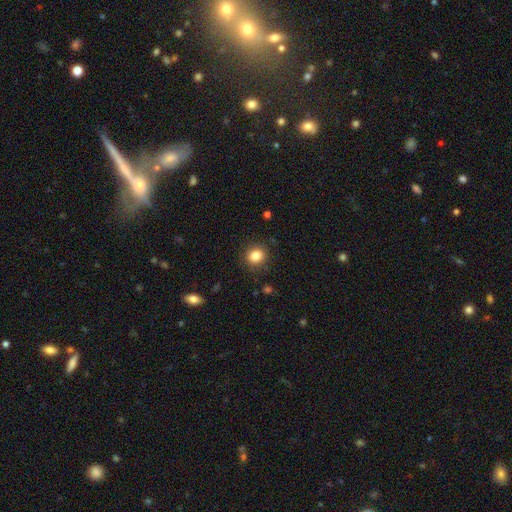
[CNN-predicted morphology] A smooth galaxy with no disk features (84%) that is round (74%).

Vote fractions:
- Smooth or featured? smooth: 84% / star or artifact: 10% / featured or disk: 6%
- How rounded? round: 74% / in between: 26% / cigar-shaped: 1%
- Merging? none: 88% / minor disturbance: 8% / major disturbance: 3% / merger: 1%